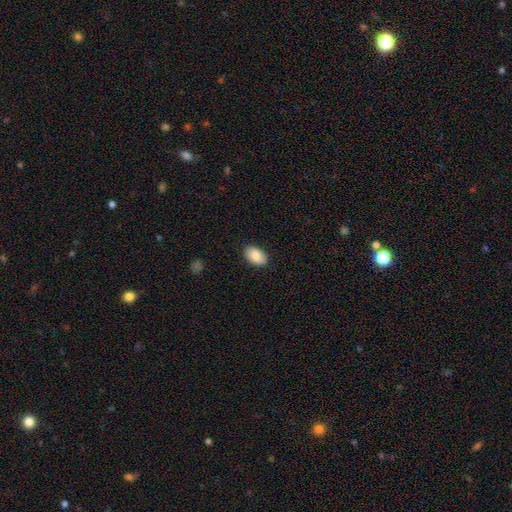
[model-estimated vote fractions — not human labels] The model was most divided on "merging": none: 87%, minor disturbance: 10%, major disturbance: 2%, merger: 1%. More confident: how rounded — in between (91%); smooth or featured — smooth (87%).